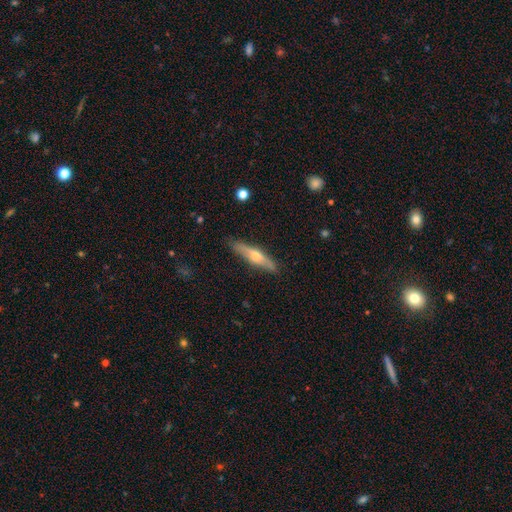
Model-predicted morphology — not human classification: smooth-or-featured: featured or disk: 55% | smooth: 39% | star or artifact: 6%
  disk-edge-on: yes: 92% | no: 8%
    edge-on-bulge: rounded: 88% | none: 8% | boxy: 5%
  merging: none: 86% | minor disturbance: 11% | major disturbance: 2% | merger: 1%